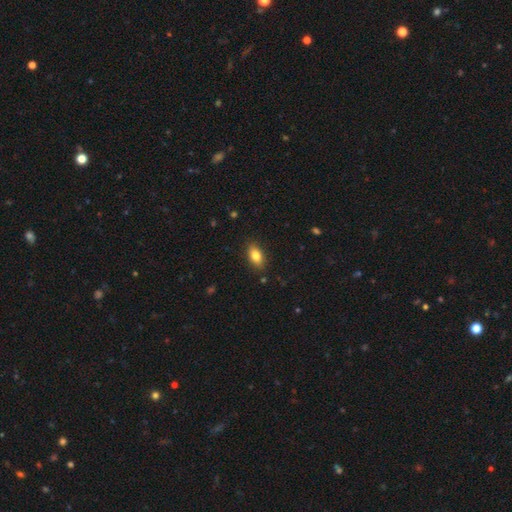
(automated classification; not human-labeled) A smooth galaxy with no disk features (83%) that is in between round and cigar-shaped (89%). Merging: none (87%).